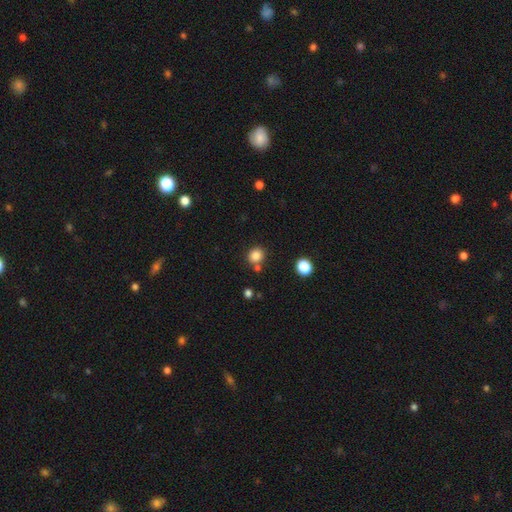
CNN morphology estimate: Smooth or featured? smooth (83%)
How rounded? round (81%)
Merging? none (76%)